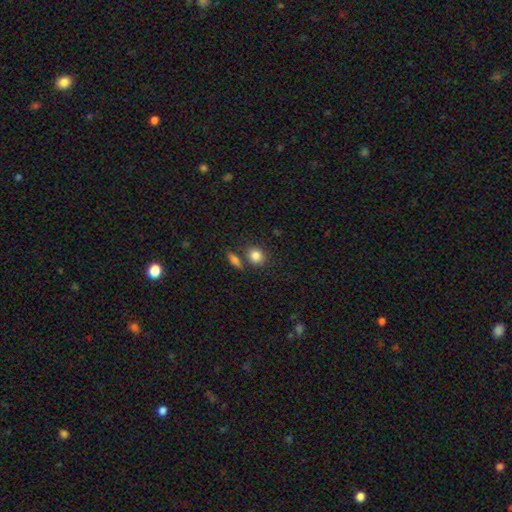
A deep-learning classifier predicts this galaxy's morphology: Smooth or featured? Predicted: smooth (p=0.84). How rounded? Predicted: round (p=0.71). Merging? Predicted: none (p=0.69).